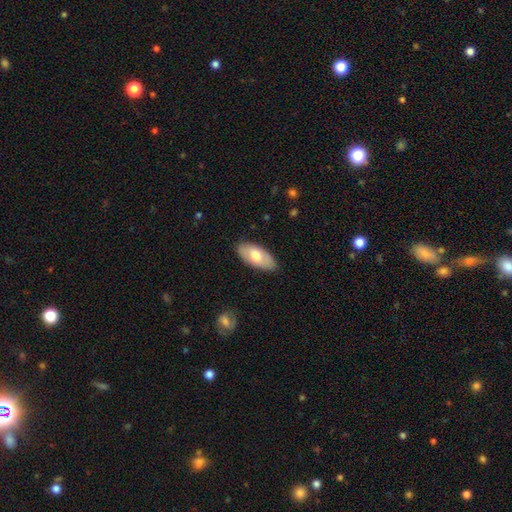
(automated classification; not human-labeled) Overall: smooth (67%; featured or disk 27%). How rounded: in between (92%). Merging: none (85%).